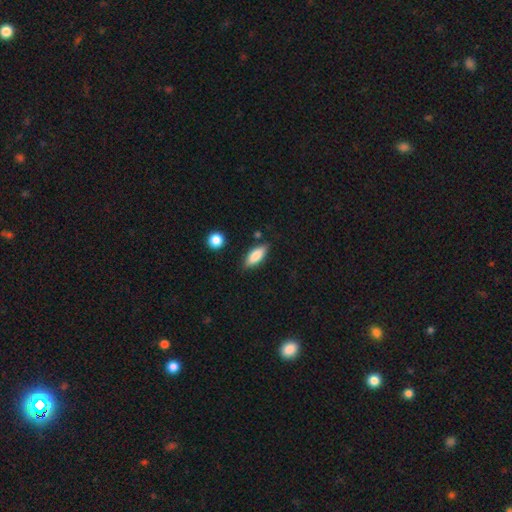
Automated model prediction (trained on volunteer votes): smooth-or-featured: smooth: 82% | featured or disk: 12% | star or artifact: 6%
  how-rounded: in between: 72% | cigar-shaped: 26% | round: 3%
  merging: none: 82% | minor disturbance: 13% | major disturbance: 3% | merger: 2%